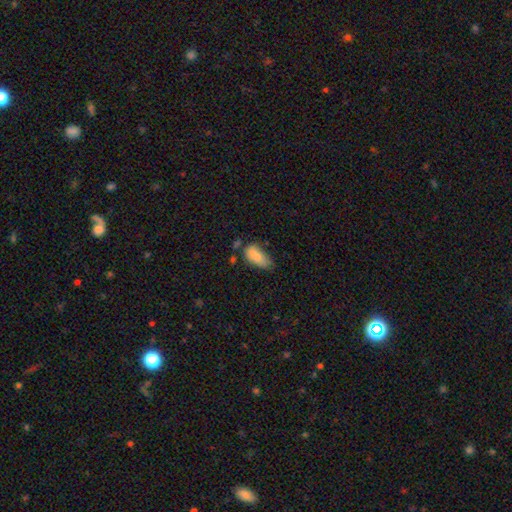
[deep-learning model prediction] Smooth or featured: smooth — 80% (featured or disk — 12%)
How rounded: in between — 90% (cigar-shaped — 7%)
Merging: minor disturbance — 38% (none — 36%)